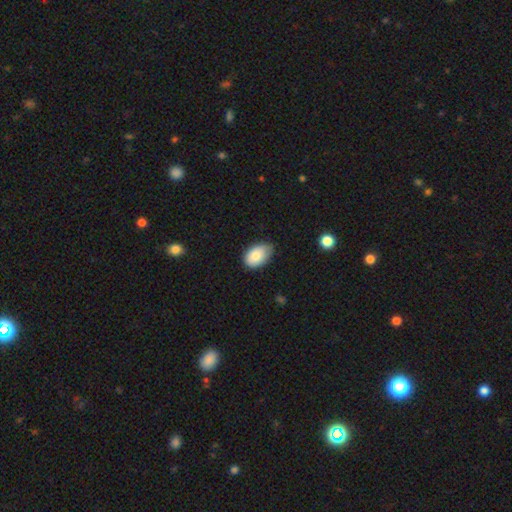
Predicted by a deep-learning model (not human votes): A smooth galaxy with no disk features (82%) that is in between round and cigar-shaped (90%). Merging: none (67%).